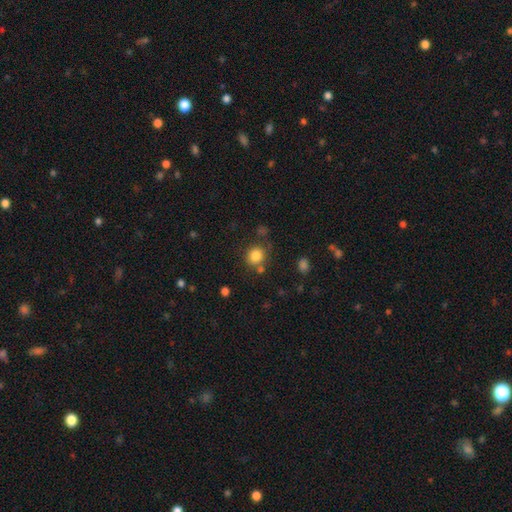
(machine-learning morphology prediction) A smooth galaxy with no disk features (83%) that is round (84%). Merging: none (72%).